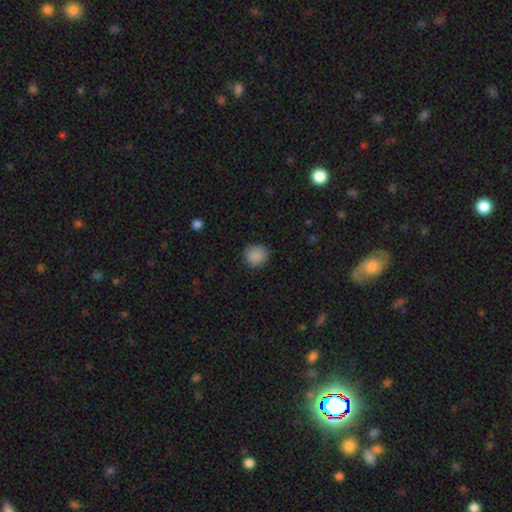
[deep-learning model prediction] A smooth galaxy with no disk features (88%) that is round (85%). Merging: none (85%).